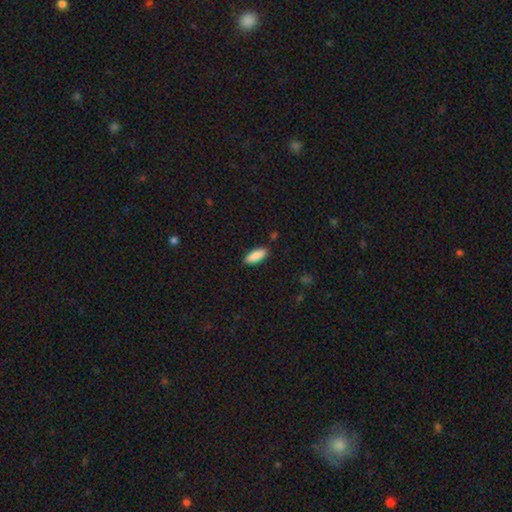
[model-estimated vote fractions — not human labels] Q: Smooth or featured?
A: smooth (88%); runner-up: star or artifact (6%)
Q: How rounded?
A: in between (73%); runner-up: cigar-shaped (25%)
Q: Merging?
A: none (83%); runner-up: minor disturbance (12%)